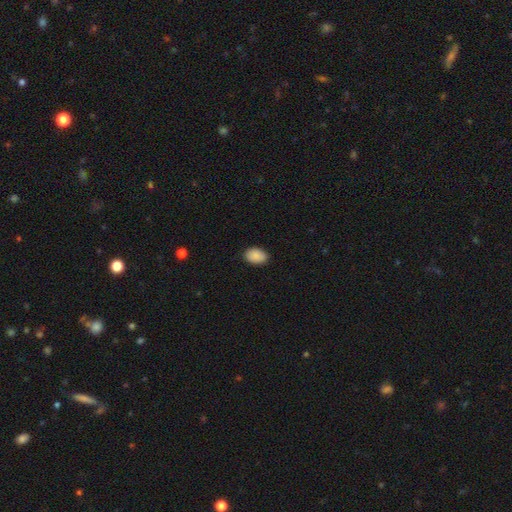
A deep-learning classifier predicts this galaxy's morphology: This appears to be a smooth galaxy with no disk features (89%) that is in between round and cigar-shaped (85%). Merging: none (87%).